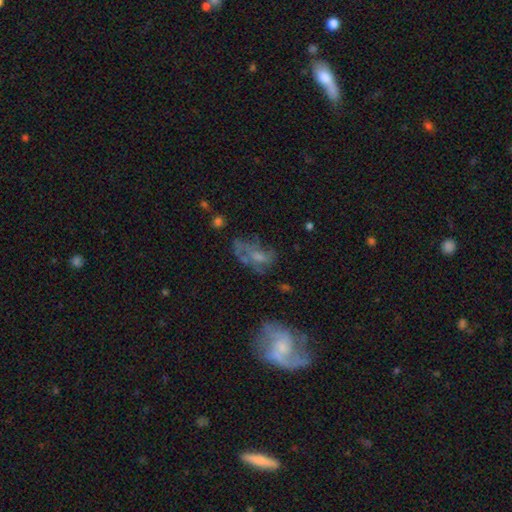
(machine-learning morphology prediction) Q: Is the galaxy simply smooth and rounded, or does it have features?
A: featured or disk — 55%.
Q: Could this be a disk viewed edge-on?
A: no — 95%.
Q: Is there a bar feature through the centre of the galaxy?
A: no — 71%.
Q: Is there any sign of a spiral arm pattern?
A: yes — 51%.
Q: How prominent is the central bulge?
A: small — 39%.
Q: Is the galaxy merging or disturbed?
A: none — 42%.